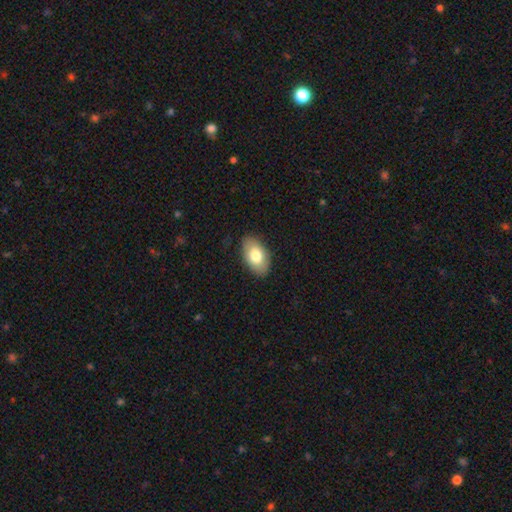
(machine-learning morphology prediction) A smooth galaxy with no disk features (77%) that is in between round and cigar-shaped (94%).

Vote fractions:
- Smooth or featured? smooth: 77% / featured or disk: 17% / star or artifact: 6%
- How rounded? in between: 94% / round: 5% / cigar-shaped: 1%
- Merging? none: 86% / minor disturbance: 11% / major disturbance: 2% / merger: 1%